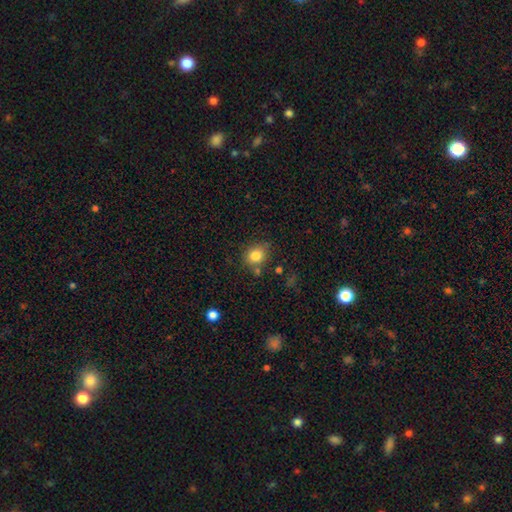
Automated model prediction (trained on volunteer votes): This is clearly a smooth galaxy (82%). How rounded: likely round (69%). Merging: likely none (70%).